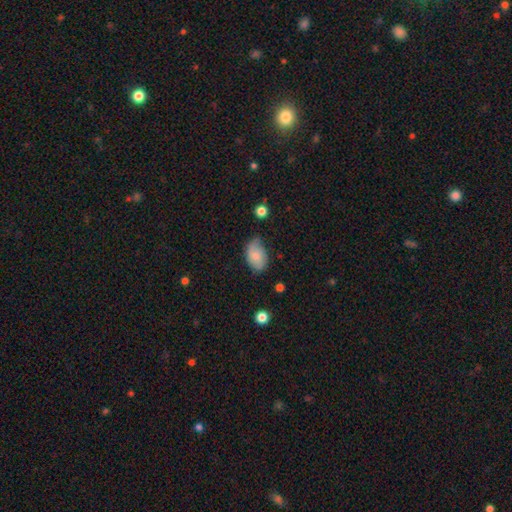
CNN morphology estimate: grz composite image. It shows a smooth galaxy with no disk features (75%) that is in between round and cigar-shaped (90%). Merging: none (54%).